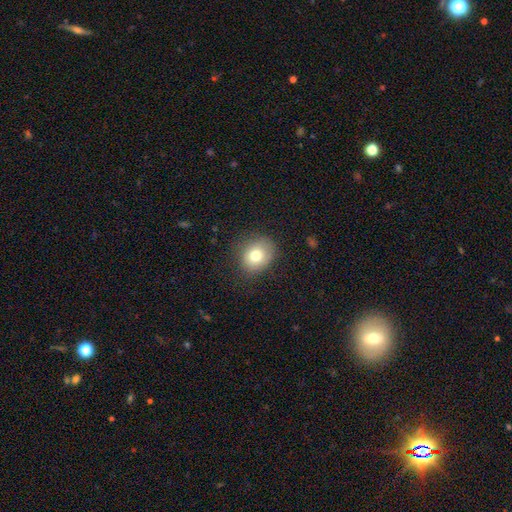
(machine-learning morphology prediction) Smooth or featured? smooth (76%)
How rounded? round (69%)
Merging? none (82%)